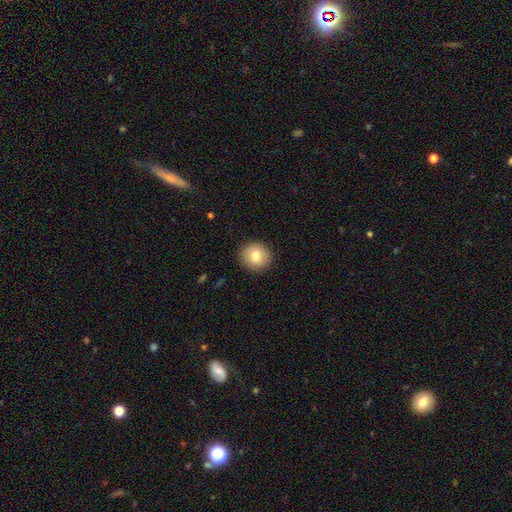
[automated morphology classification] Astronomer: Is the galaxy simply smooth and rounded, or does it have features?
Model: smooth — 80%.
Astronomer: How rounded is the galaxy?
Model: round — 90%.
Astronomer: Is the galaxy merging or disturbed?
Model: none — 91%.